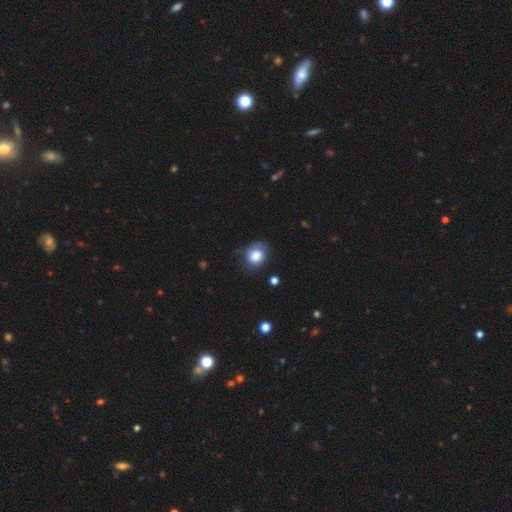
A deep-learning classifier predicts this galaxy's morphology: Smooth or featured?
  - smooth: 72% *
  - featured or disk: 19%
  - star or artifact: 9%
How rounded?
  - round: 67% *
  - in between: 32%
  - cigar-shaped: 1%
Merging?
  - none: 64% *
  - minor disturbance: 25%
  - major disturbance: 9%
  - merger: 2%